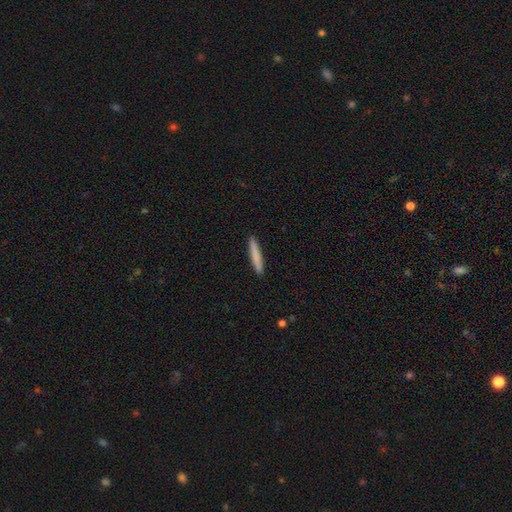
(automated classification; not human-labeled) Q: Smooth or featured?
A: smooth (80%); runner-up: featured or disk (14%)
Q: How rounded?
A: cigar-shaped (95%); runner-up: in between (4%)
Q: Merging?
A: none (92%); runner-up: minor disturbance (5%)